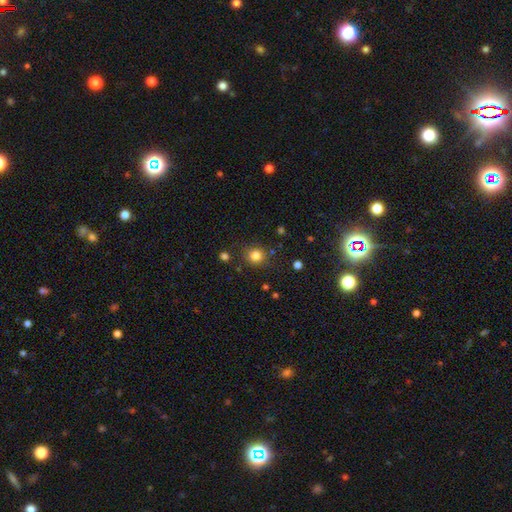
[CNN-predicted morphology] A smooth galaxy with no disk features (82%) that is round (87%).

Vote fractions:
- Smooth or featured? smooth: 82% / star or artifact: 13% / featured or disk: 5%
- How rounded? round: 87% / in between: 12% / cigar-shaped: 1%
- Merging? none: 83% / minor disturbance: 10% / merger: 3% / major disturbance: 3%